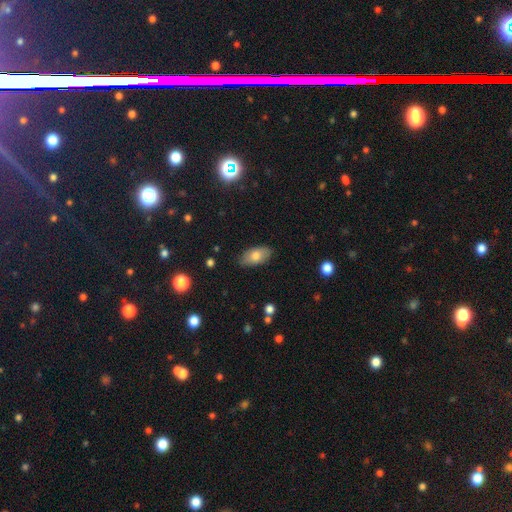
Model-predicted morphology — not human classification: type=smooth (76%); roundness=in between (93%); merging=none (84%).